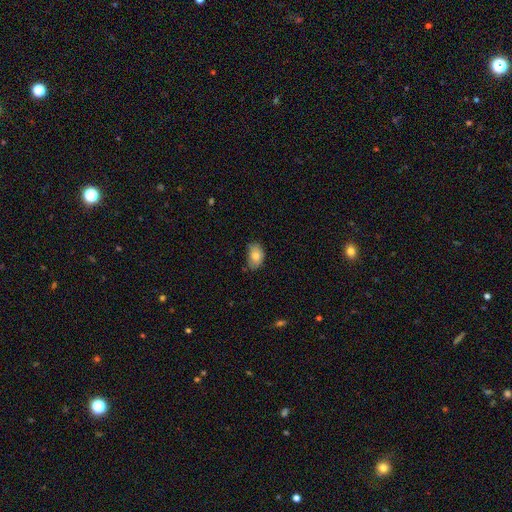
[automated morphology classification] smooth_or_featured: smooth (p=0.80) [alt: featured or disk p=0.12]
how_rounded: in between (p=0.87) [alt: round p=0.12]
merging: none (p=0.62) [alt: minor disturbance p=0.30]